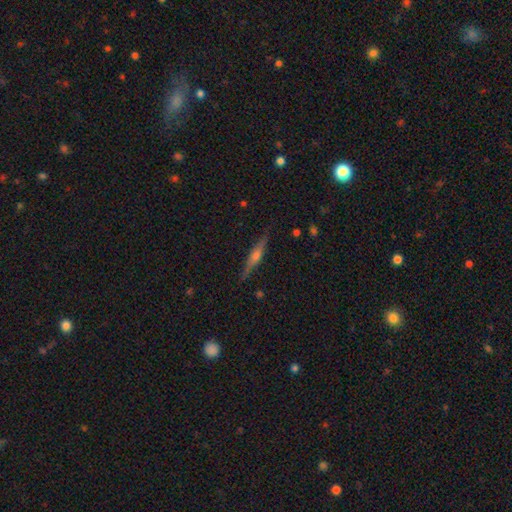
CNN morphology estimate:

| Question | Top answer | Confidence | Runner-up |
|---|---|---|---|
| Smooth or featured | featured or disk | 70% | smooth (22%) |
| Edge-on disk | yes | 97% | no (3%) |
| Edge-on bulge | rounded | 81% | boxy (11%) |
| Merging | none | 87% | minor disturbance (10%) |